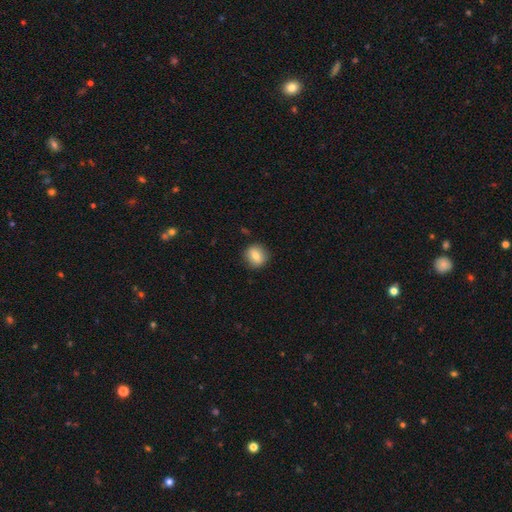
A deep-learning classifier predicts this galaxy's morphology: type=smooth (76%); roundness=round (84%); merging=none (88%).